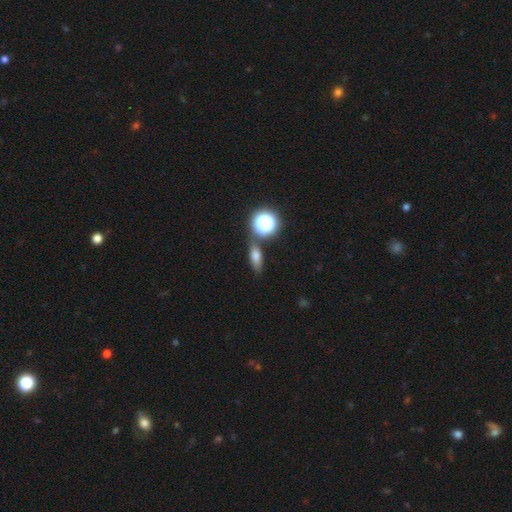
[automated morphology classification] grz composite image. It shows a smooth galaxy with no disk features (66%) that is in between round and cigar-shaped (50%). Merging: none (75%).